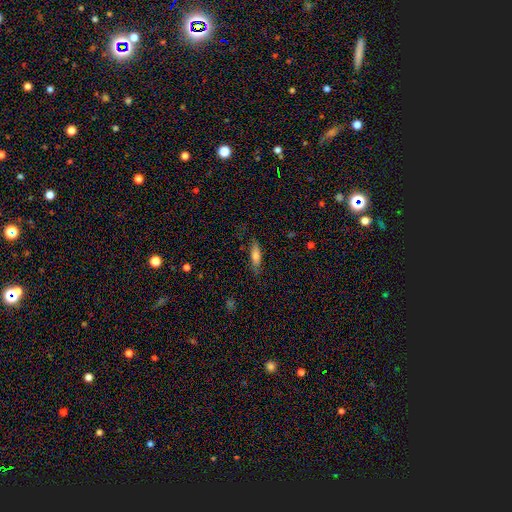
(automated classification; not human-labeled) This appears to be a smooth galaxy with no disk features (69%) that is cigar-shaped (52%). Merging: none (78%).